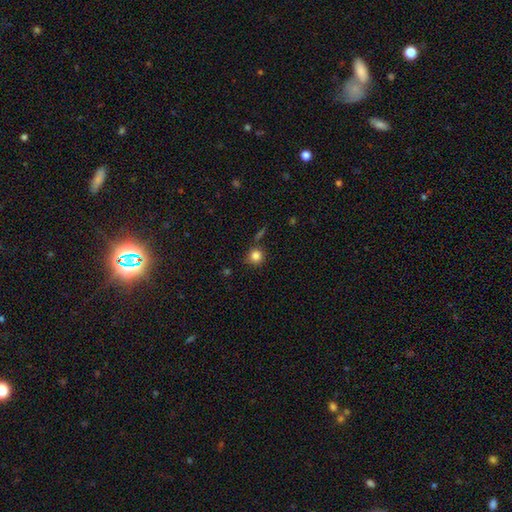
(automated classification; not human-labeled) smooth-or-featured: smooth: 83% | star or artifact: 11% | featured or disk: 6%
  how-rounded: round: 93% | in between: 6% | cigar-shaped: 1%
  merging: none: 79% | minor disturbance: 11% | merger: 6% | major disturbance: 3%